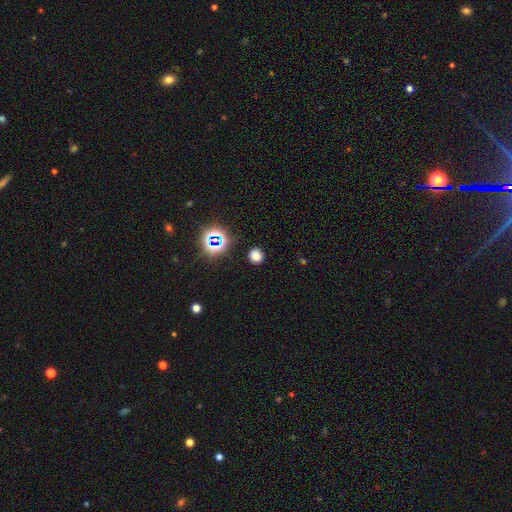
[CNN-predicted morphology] Smooth or featured?
  - smooth: 74% *
  - star or artifact: 22%
  - featured or disk: 5%
How rounded?
  - round: 85% *
  - in between: 14%
  - cigar-shaped: 1%
Merging?
  - none: 88% *
  - minor disturbance: 7%
  - major disturbance: 3%
  - merger: 1%